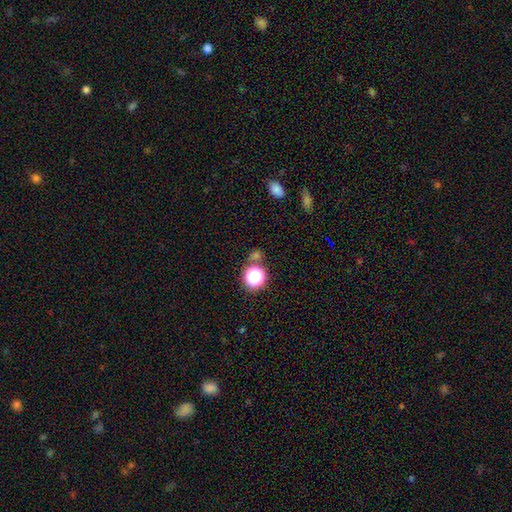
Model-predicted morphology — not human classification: type=star or artifact (47%).